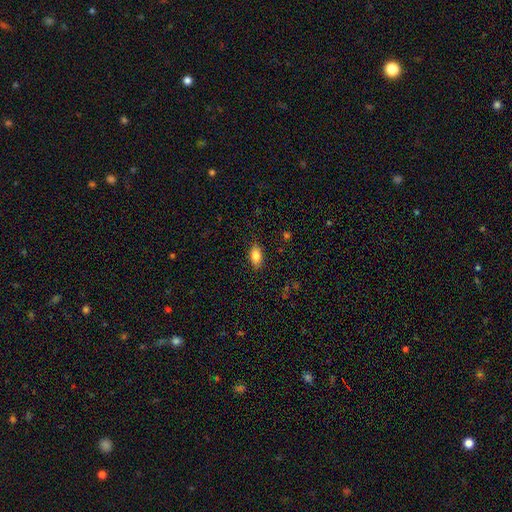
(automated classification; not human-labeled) The model was most divided on "smooth or featured": smooth: 83%, featured or disk: 9%, star or artifact: 8%. More confident: how rounded — in between (88%); merging — none (85%).